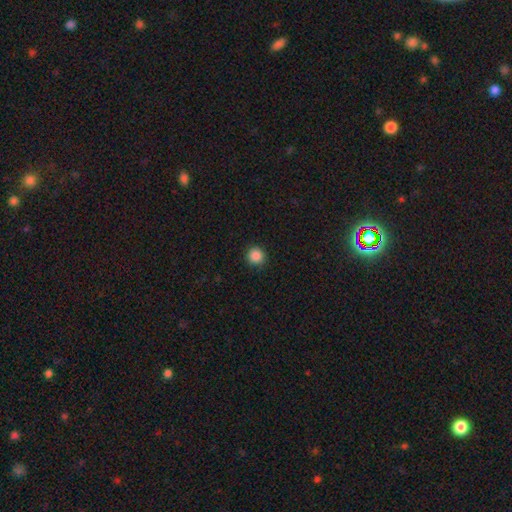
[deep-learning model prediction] smooth 87%, star or artifact 10%, featured or disk 3%. Down the decision tree: how rounded — round (95%); merging — none (92%).